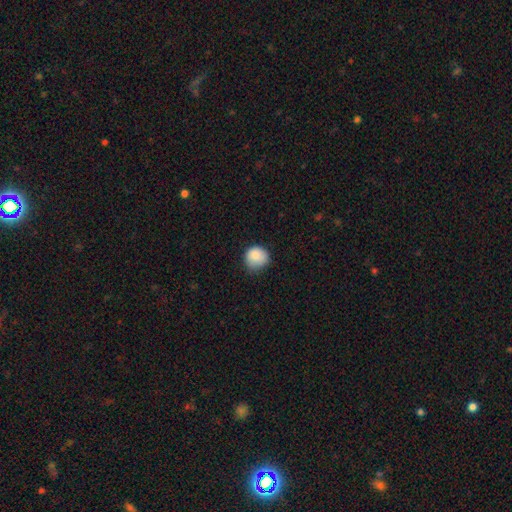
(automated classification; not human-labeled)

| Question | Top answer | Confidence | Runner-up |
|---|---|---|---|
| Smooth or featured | smooth | 86% | star or artifact (9%) |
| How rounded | round | 88% | in between (11%) |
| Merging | none | 66% | minor disturbance (28%) |